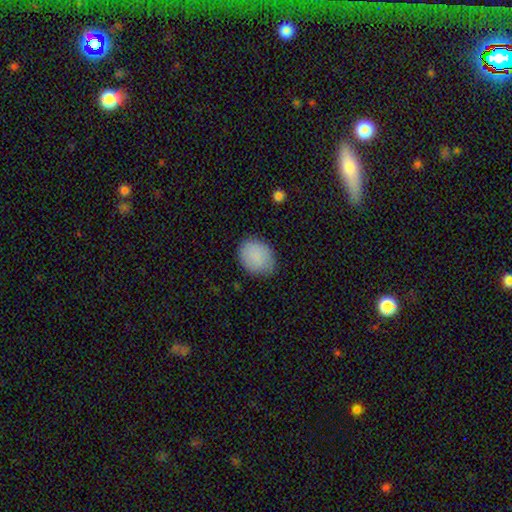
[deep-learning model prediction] This is clearly a smooth galaxy (87%). How rounded: possibly in between (54%). Merging: likely none (77%).